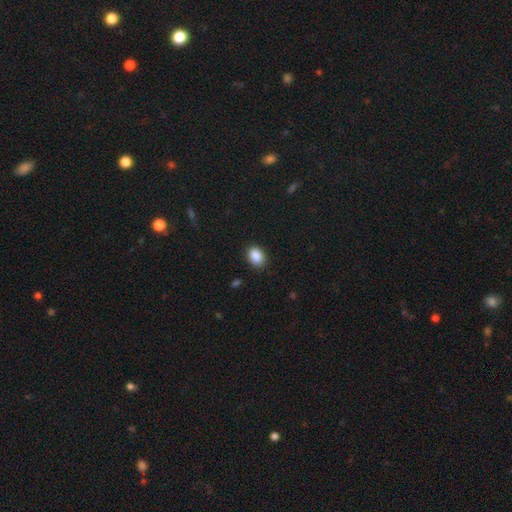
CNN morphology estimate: The model was most divided on "how rounded": in between: 69%, round: 30%, cigar-shaped: 1%. More confident: smooth or featured — smooth (88%); merging — none (87%).